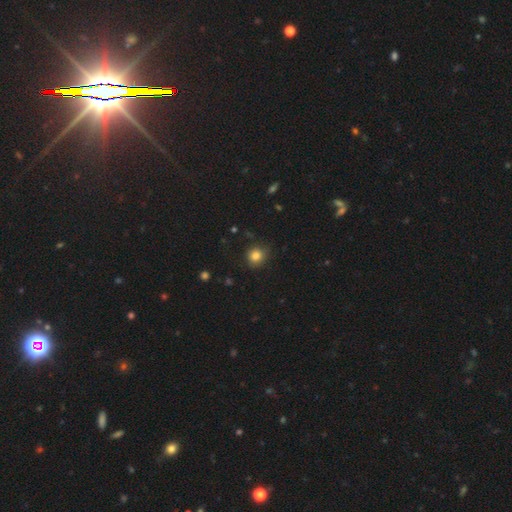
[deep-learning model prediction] This is clearly a smooth galaxy (83%). How rounded: clearly round (87%). Merging: clearly none (84%).